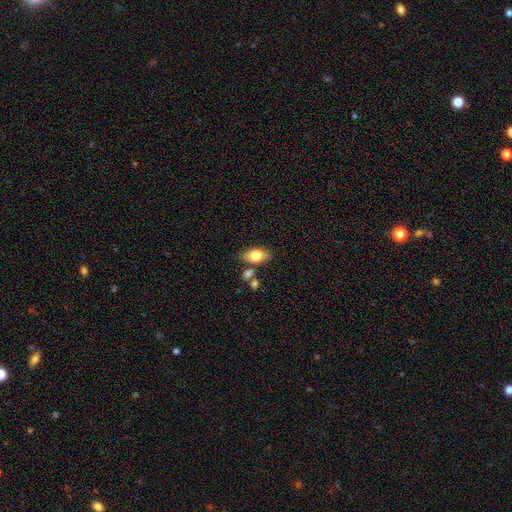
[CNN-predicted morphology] A smooth galaxy with no disk features (78%) that is in between round and cigar-shaped (86%).

Vote fractions:
- Smooth or featured? smooth: 78% / featured or disk: 14% / star or artifact: 8%
- How rounded? in between: 86% / round: 9% / cigar-shaped: 4%
- Merging? none: 69% / minor disturbance: 13% / merger: 13% / major disturbance: 4%